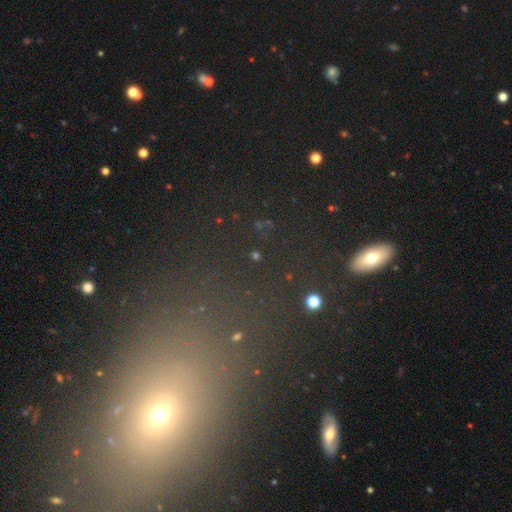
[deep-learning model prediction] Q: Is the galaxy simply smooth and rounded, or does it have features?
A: star or artifact — 47%.